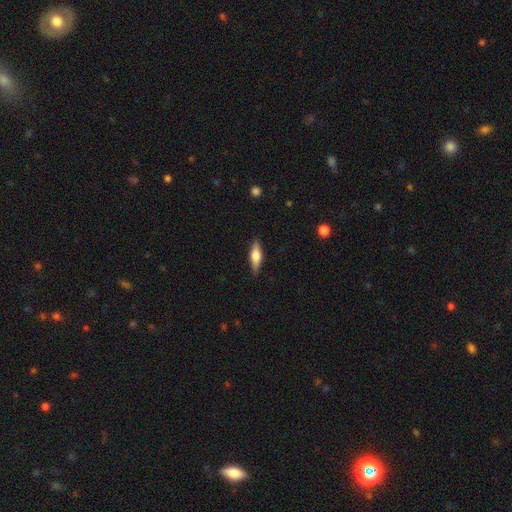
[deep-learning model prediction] Smooth or featured?
  - smooth: 53% *
  - featured or disk: 40%
  - star or artifact: 6%
How rounded?
  - cigar-shaped: 51% *
  - in between: 46%
  - round: 3%
Merging?
  - none: 87% *
  - minor disturbance: 10%
  - major disturbance: 2%
  - merger: 1%